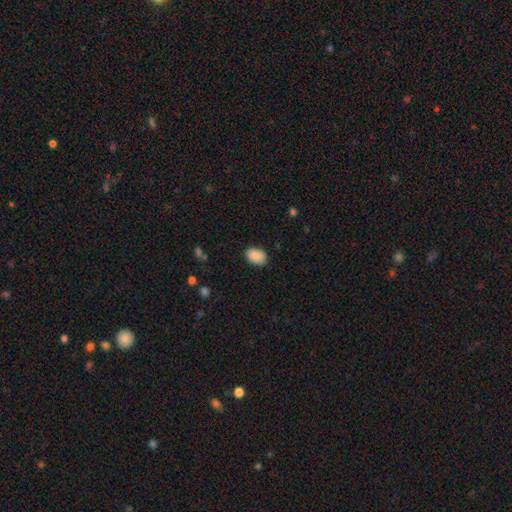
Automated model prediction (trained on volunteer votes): Smooth or featured?
  - smooth: 89% *
  - star or artifact: 7%
  - featured or disk: 3%
How rounded?
  - in between: 81% *
  - round: 18%
  - cigar-shaped: 1%
Merging?
  - none: 84% *
  - minor disturbance: 13%
  - major disturbance: 3%
  - merger: 1%